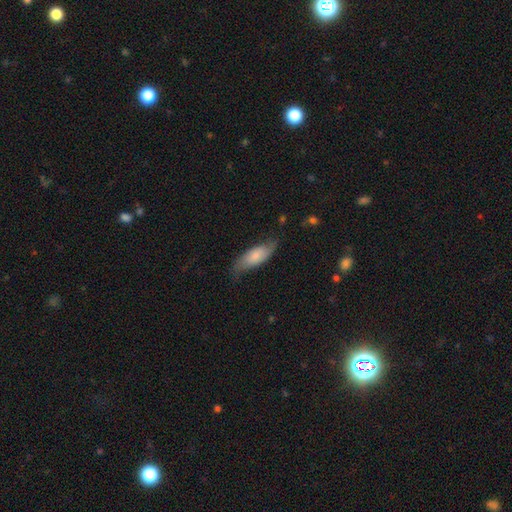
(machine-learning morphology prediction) smooth-or-featured: smooth: 64% | featured or disk: 30% | star or artifact: 6%
  how-rounded: in between: 75% | cigar-shaped: 23% | round: 2%
  merging: none: 59% | minor disturbance: 30% | major disturbance: 9% | merger: 2%